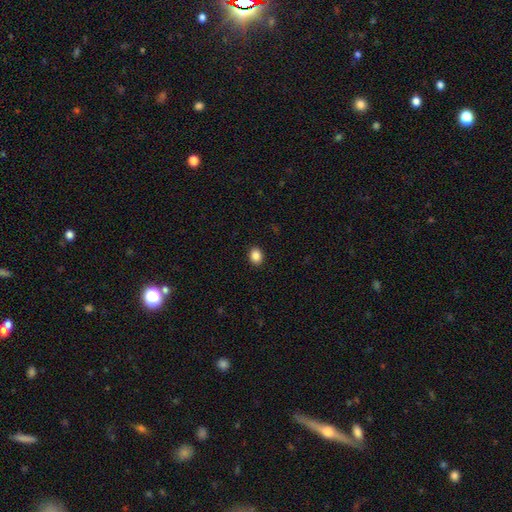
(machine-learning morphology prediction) Overall: smooth (87%). How rounded: in between (53%; round 46%). Merging: none (92%).